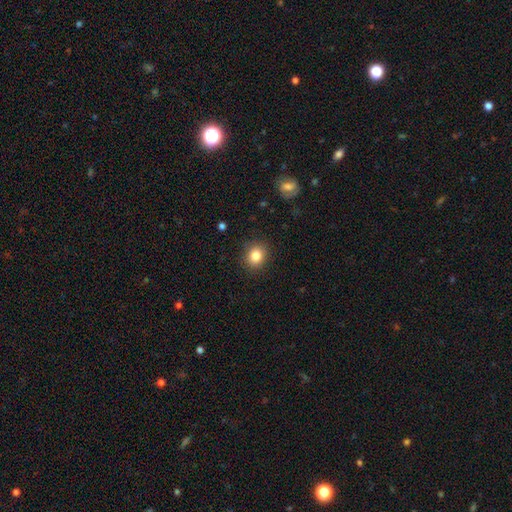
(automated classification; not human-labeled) Morphology: type=smooth (83%); roundness=round (77%); merging=none (89%).